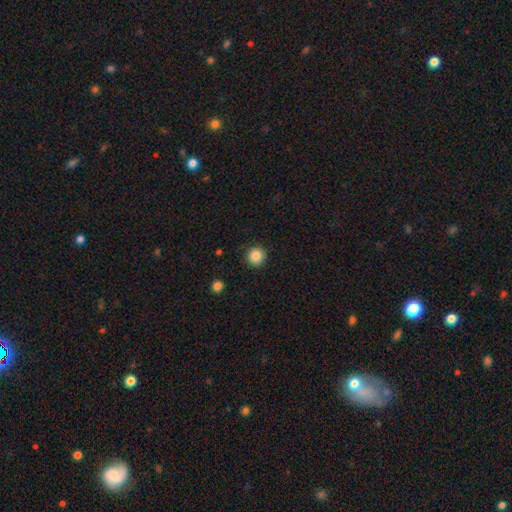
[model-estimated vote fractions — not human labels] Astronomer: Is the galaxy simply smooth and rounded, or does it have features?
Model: smooth — 85%.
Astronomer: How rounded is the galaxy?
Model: round — 94%.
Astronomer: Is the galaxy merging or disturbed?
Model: none — 90%.